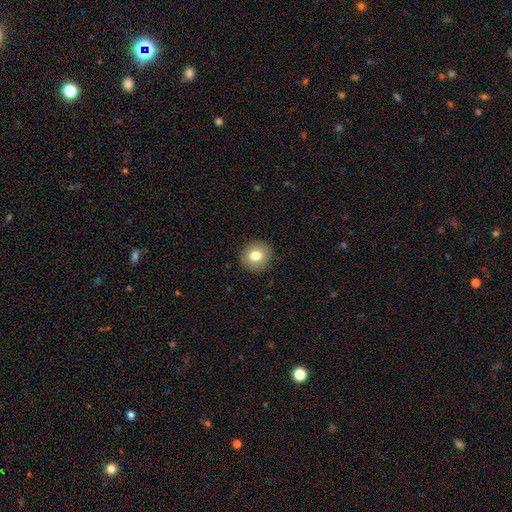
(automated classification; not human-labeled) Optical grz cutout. It shows a smooth galaxy with no disk features (79%) that is round (90%). Merging: none (92%).